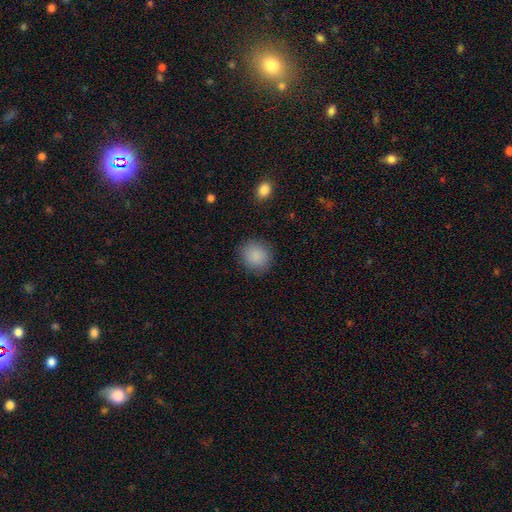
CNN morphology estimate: This appears to be a smooth galaxy with no disk features (88%) that is round (85%). Merging: none (88%).